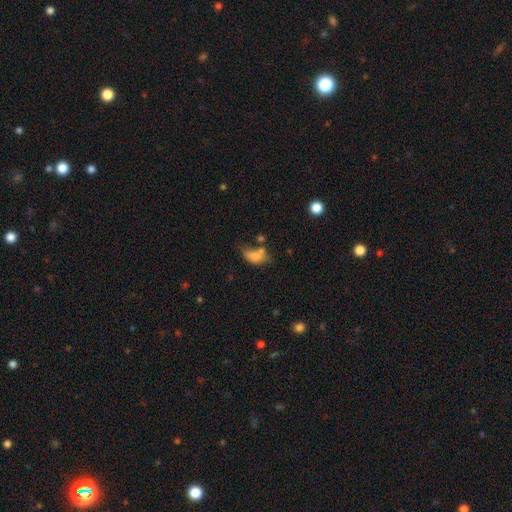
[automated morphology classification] Overall: smooth (71%). How rounded: in between (86%). Merging: none (30%; merger 27%).